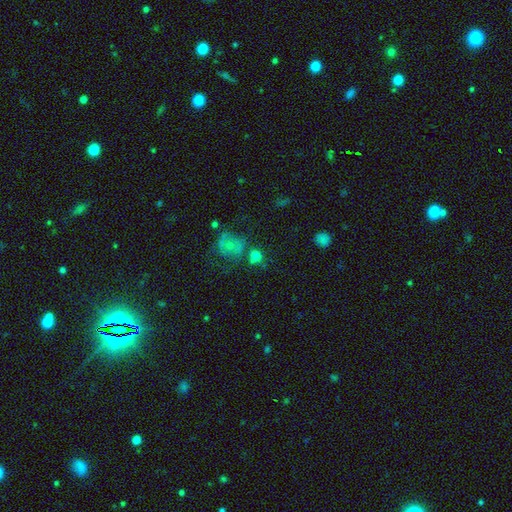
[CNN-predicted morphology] Smooth or featured?
  - smooth: 72% *
  - star or artifact: 14%
  - featured or disk: 14%
How rounded?
  - round: 84% *
  - in between: 14%
  - cigar-shaped: 1%
Merging?
  - none: 60% *
  - merger: 21%
  - minor disturbance: 13%
  - major disturbance: 6%